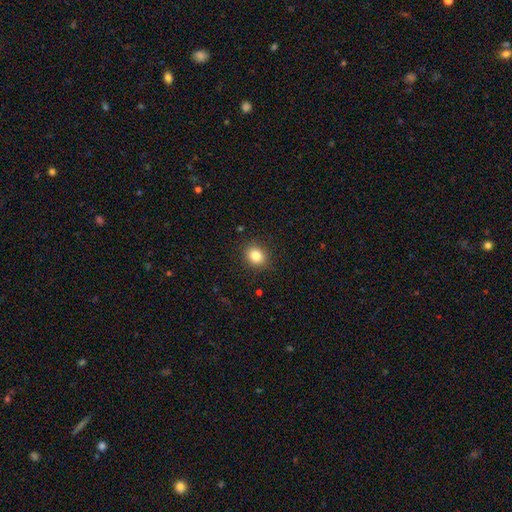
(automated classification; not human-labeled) Smooth or featured?
  - smooth: 84% *
  - star or artifact: 11%
  - featured or disk: 6%
How rounded?
  - round: 67% *
  - in between: 32%
  - cigar-shaped: 1%
Merging?
  - none: 89% *
  - minor disturbance: 8%
  - major disturbance: 2%
  - merger: 1%